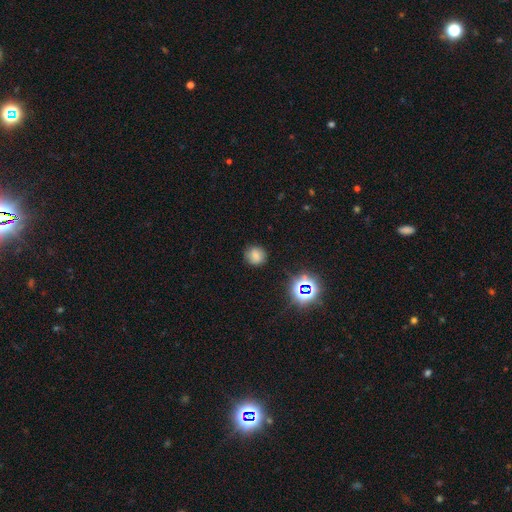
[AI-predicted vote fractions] This appears to be a smooth galaxy with no disk features (68%) that is round (84%). Merging: none (81%).